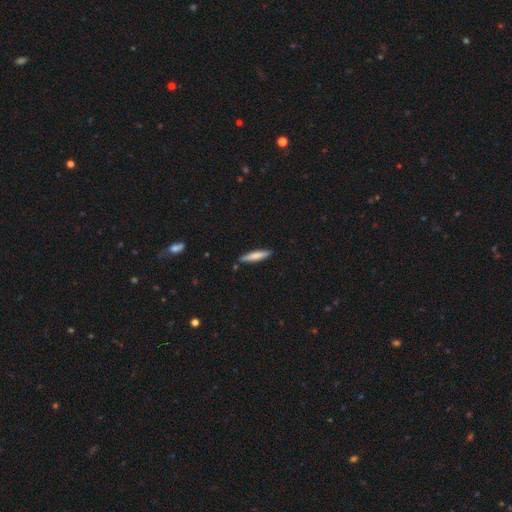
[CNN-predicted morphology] Smooth or featured?
  - smooth: 75% *
  - featured or disk: 19%
  - star or artifact: 6%
How rounded?
  - cigar-shaped: 87% *
  - in between: 12%
  - round: 1%
Merging?
  - none: 85% *
  - minor disturbance: 11%
  - merger: 2%
  - major disturbance: 2%